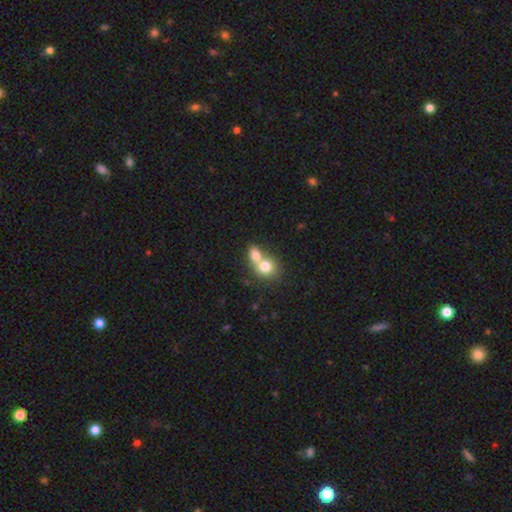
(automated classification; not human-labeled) A smooth galaxy with no disk features (75%) that is round (54%). Merging: merger (72%).